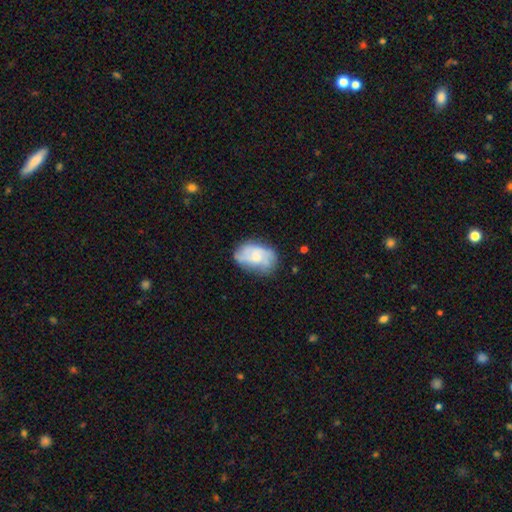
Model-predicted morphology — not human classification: smooth-or-featured: featured or disk: 48% | smooth: 45% | star or artifact: 7%
  merging: none: 60% | minor disturbance: 27% | major disturbance: 11% | merger: 3%